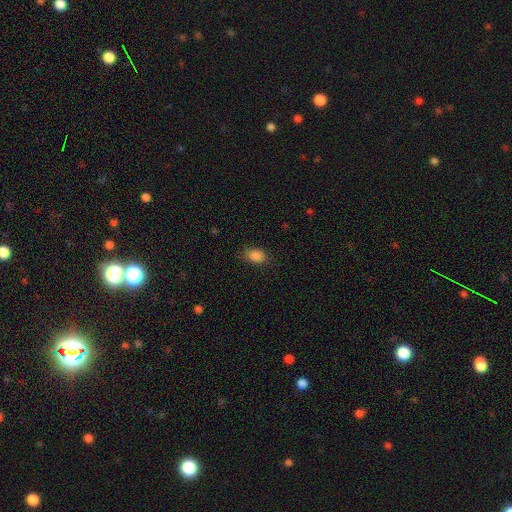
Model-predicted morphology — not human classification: A smooth galaxy with no disk features (86%) that is in between round and cigar-shaped (79%).

Vote fractions:
- Smooth or featured? smooth: 86% / star or artifact: 10% / featured or disk: 5%
- How rounded? in between: 79% / round: 20% / cigar-shaped: 2%
- Merging? none: 83% / minor disturbance: 13% / major disturbance: 3% / merger: 1%